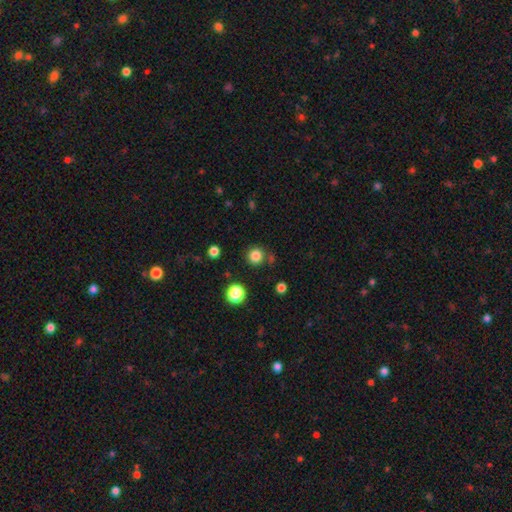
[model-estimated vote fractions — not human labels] This is clearly a smooth galaxy (82%). How rounded: clearly round (94%). Merging: clearly none (83%).